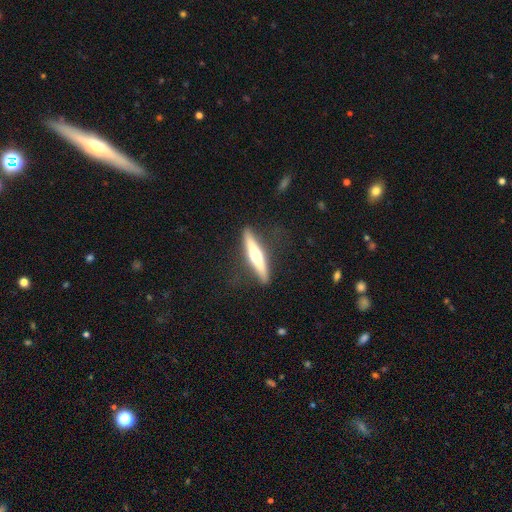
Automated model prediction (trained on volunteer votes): This appears to be a featured or disk galaxy (61%) viewed edge-on (95%) with a rounded central bulge (90%). Merging: none (85%).